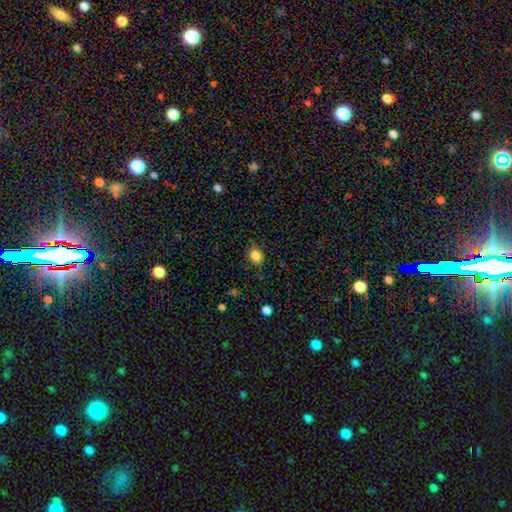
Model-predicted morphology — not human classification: smooth 84%, star or artifact 11%, featured or disk 5%. Down the decision tree: how rounded — round (52%); merging — none (80%).